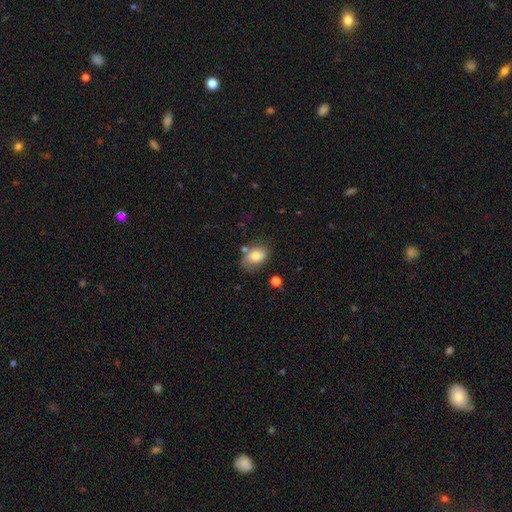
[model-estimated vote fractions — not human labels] smooth_or_featured: smooth (p=0.72) [alt: featured or disk p=0.20]
how_rounded: in between (p=0.78) [alt: round p=0.20]
merging: none (p=0.50) [alt: minor disturbance p=0.29]